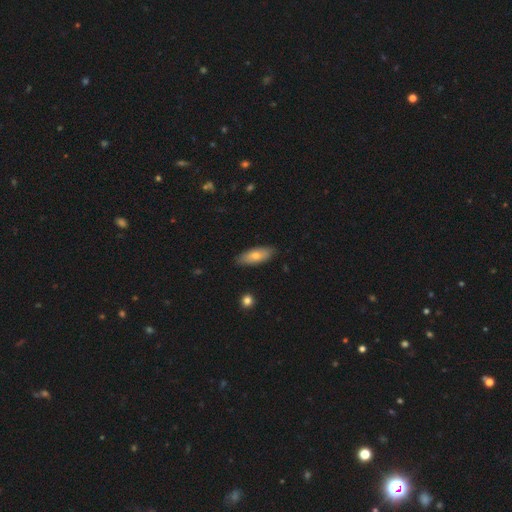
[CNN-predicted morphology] smooth-or-featured: smooth: 72% | featured or disk: 22% | star or artifact: 6%
  how-rounded: in between: 76% | cigar-shaped: 22% | round: 2%
  merging: none: 85% | minor disturbance: 12% | major disturbance: 2% | merger: 1%